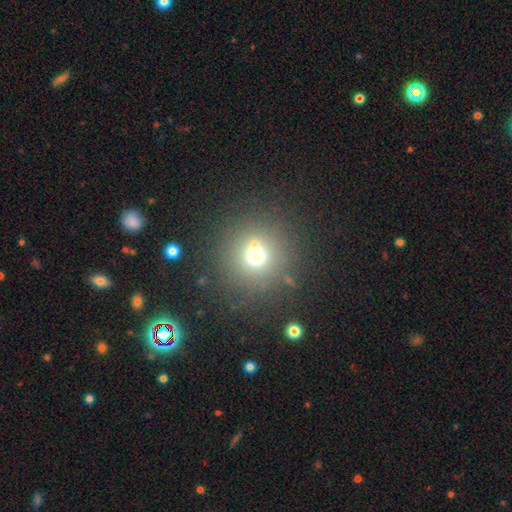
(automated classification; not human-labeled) smooth-or-featured: smooth: 67% | star or artifact: 22% | featured or disk: 12%
  how-rounded: round: 94% | in between: 5% | cigar-shaped: 1%
  merging: none: 79% | minor disturbance: 9% | merger: 7% | major disturbance: 5%